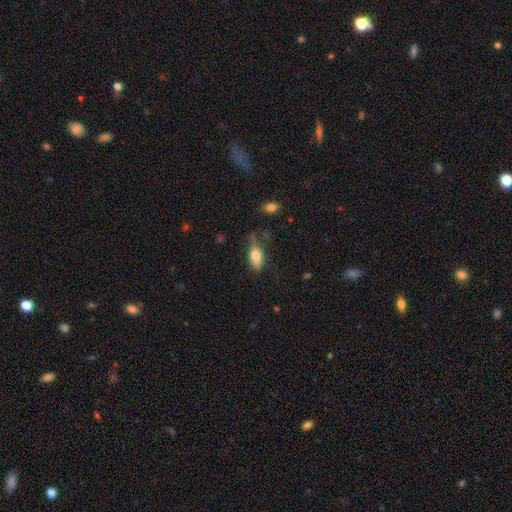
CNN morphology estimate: smooth_or_featured: smooth (p=0.73) [alt: featured or disk p=0.20]
how_rounded: in between (p=0.80) [alt: cigar-shaped p=0.16]
merging: none (p=0.55) [alt: minor disturbance p=0.30]